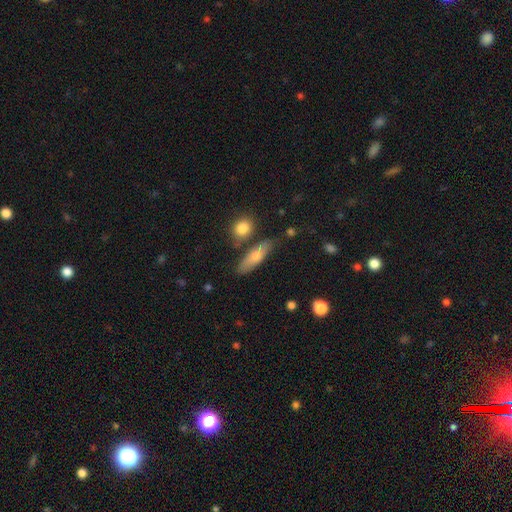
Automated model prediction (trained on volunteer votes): smooth 66%, featured or disk 26%, star or artifact 7%. Down the decision tree: how rounded — cigar-shaped (56%); merging — none (75%).